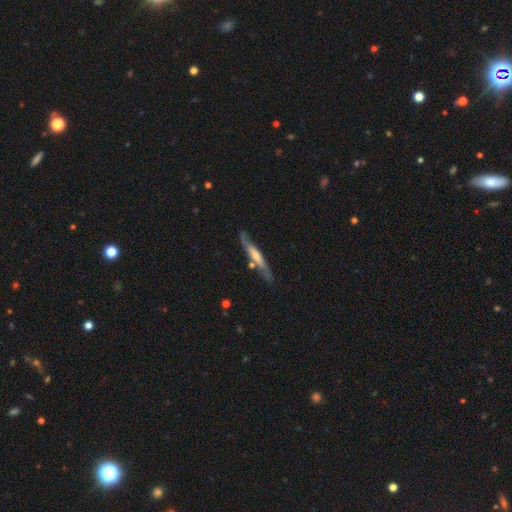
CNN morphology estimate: Smooth or featured? featured or disk (63%)
Edge-on disk? yes (84%)
Edge-on bulge? rounded (52%)
Merging? none (73%)